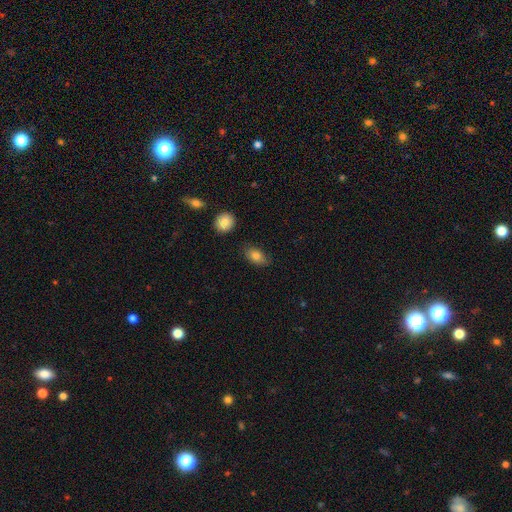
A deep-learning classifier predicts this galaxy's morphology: A smooth galaxy with no disk features (81%) that is in between round and cigar-shaped (88%). Merging: none (75%).